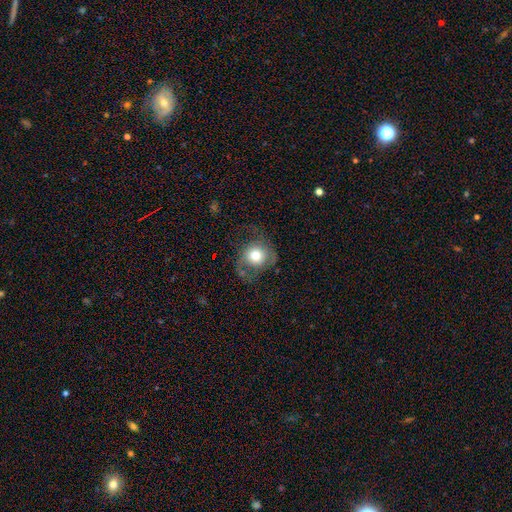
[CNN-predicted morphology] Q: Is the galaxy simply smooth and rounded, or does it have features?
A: smooth — 52%.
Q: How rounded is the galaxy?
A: round — 81%.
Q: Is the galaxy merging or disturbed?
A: none — 51%.